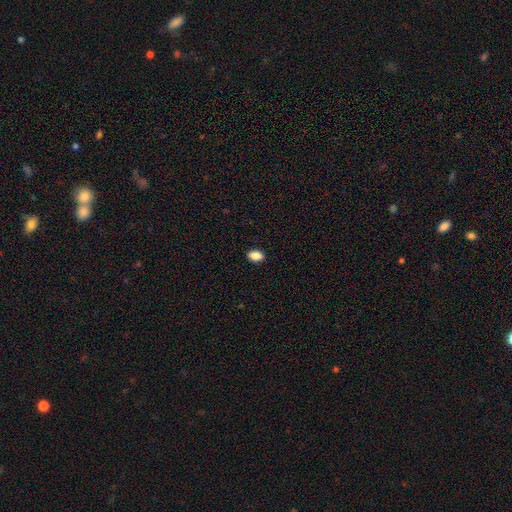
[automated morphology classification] This is clearly a smooth galaxy (89%). How rounded: clearly in between (88%). Merging: clearly none (90%).